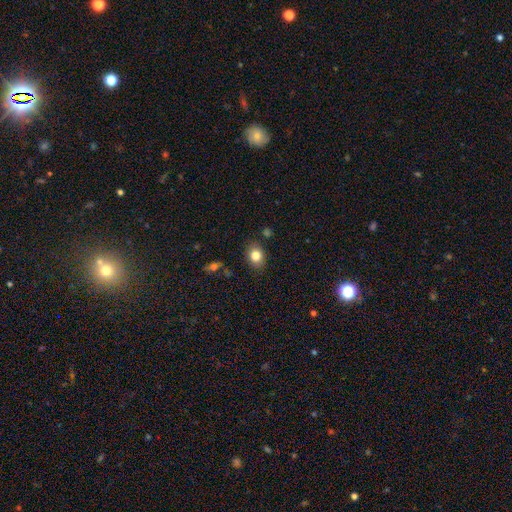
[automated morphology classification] Smooth or featured? smooth (82%)
How rounded? in between (59%)
Merging? none (85%)